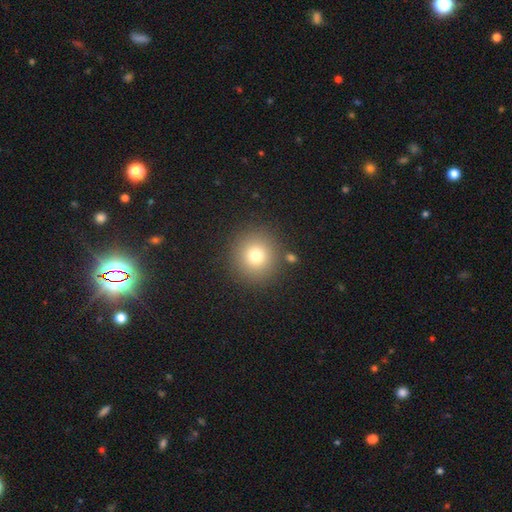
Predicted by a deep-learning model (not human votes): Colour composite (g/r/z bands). It shows a smooth galaxy with no disk features (77%) that is round (94%). Merging: none (87%).